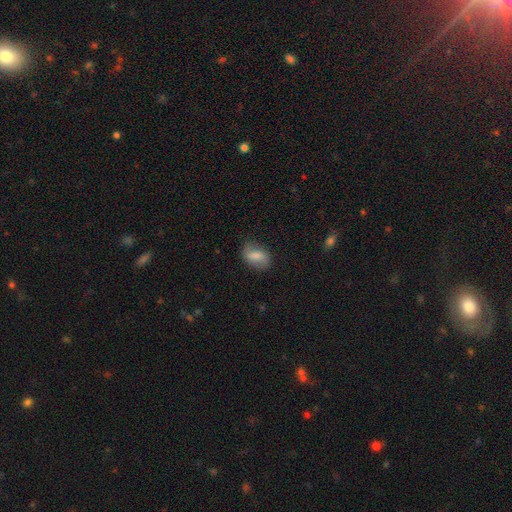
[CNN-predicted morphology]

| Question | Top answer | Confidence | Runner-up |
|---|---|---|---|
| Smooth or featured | smooth | 69% | featured or disk (23%) |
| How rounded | in between | 85% | round (12%) |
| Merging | none | 70% | minor disturbance (21%) |